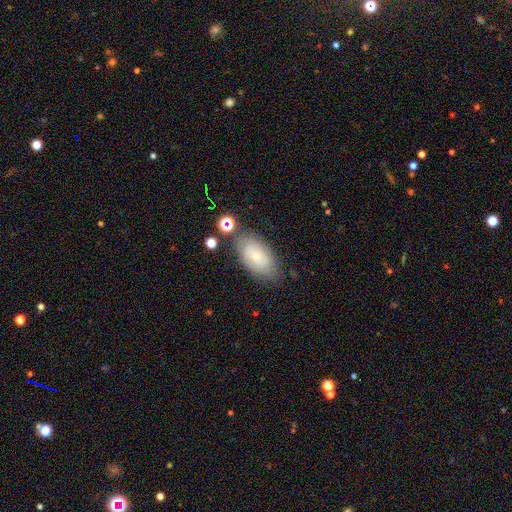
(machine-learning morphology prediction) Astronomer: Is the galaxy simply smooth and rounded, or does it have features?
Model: smooth — 63%.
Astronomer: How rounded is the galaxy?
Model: in between — 92%.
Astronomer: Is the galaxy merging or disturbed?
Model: none — 72%.